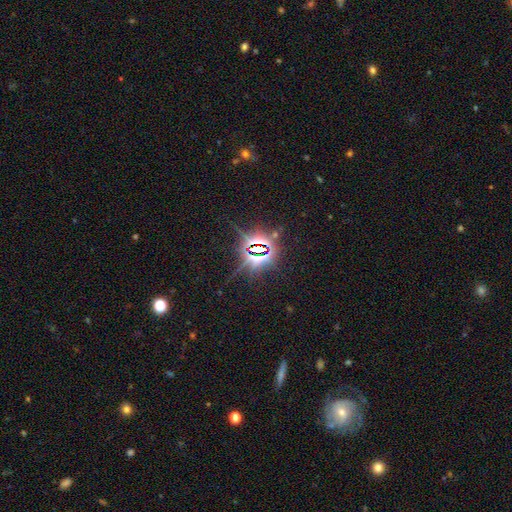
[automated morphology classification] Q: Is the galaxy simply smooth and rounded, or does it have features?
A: star or artifact — 84%.